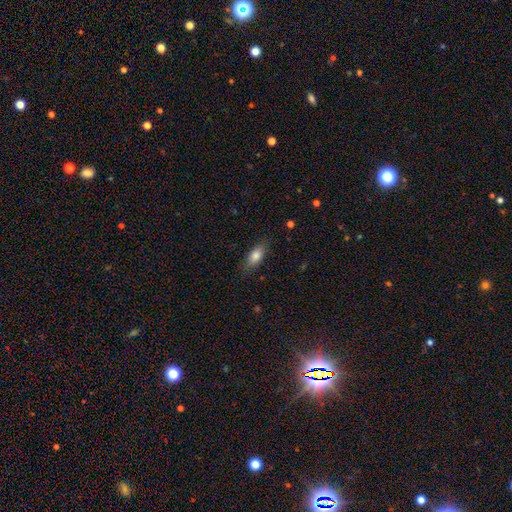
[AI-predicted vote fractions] smooth-or-featured: smooth: 80% | featured or disk: 13% | star or artifact: 7%
  how-rounded: in between: 81% | cigar-shaped: 16% | round: 4%
  merging: none: 81% | minor disturbance: 14% | major disturbance: 3% | merger: 1%